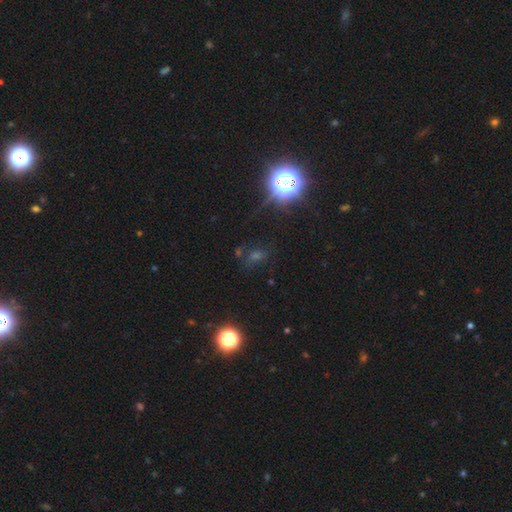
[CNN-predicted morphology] Smooth or featured? star or artifact (55%)